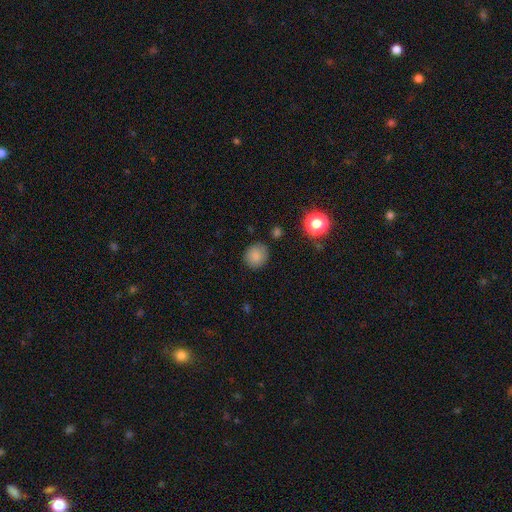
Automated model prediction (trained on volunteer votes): smooth 83%, star or artifact 11%, featured or disk 5%. Down the decision tree: how rounded — round (85%); merging — none (85%).